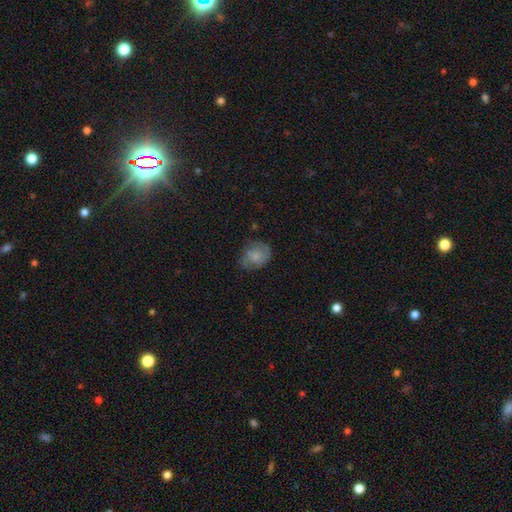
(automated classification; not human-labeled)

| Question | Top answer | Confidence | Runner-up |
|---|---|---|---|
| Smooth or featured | smooth | 70% | featured or disk (22%) |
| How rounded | round | 53% | in between (46%) |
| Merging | none | 60% | minor disturbance (28%) |